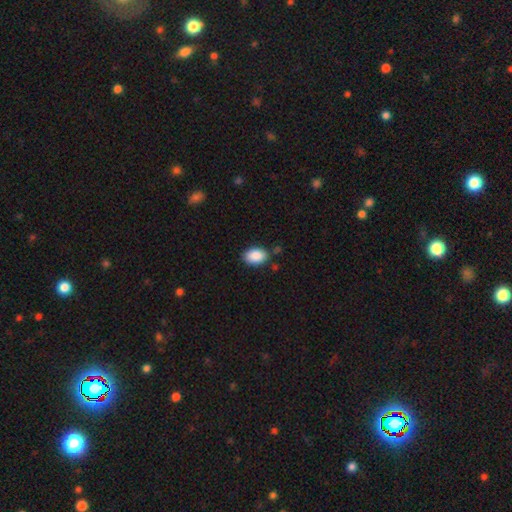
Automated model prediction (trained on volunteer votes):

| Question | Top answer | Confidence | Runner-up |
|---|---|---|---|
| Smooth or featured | smooth | 89% | star or artifact (7%) |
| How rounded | in between | 88% | round (11%) |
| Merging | none | 82% | minor disturbance (13%) |